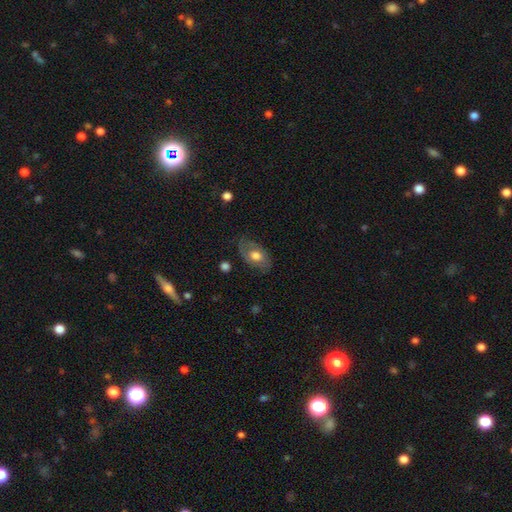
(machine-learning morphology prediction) This appears to be a smooth galaxy with no disk features (56%) that is in between round and cigar-shaped (88%). Merging: none (71%).